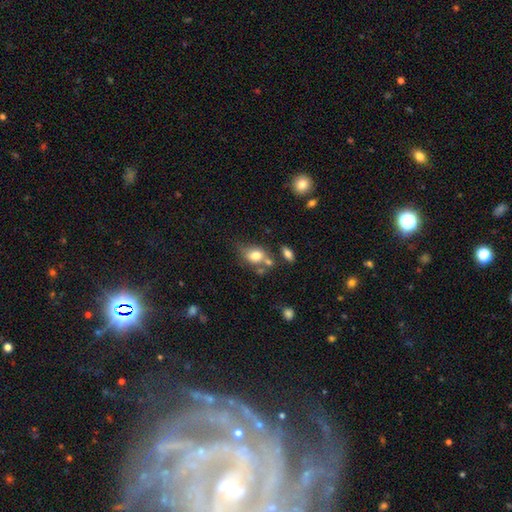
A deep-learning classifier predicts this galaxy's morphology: smooth-or-featured: smooth: 75% | featured or disk: 15% | star or artifact: 10%
  how-rounded: in between: 67% | round: 31% | cigar-shaped: 2%
  merging: none: 43% | merger: 24% | minor disturbance: 23% | major disturbance: 10%